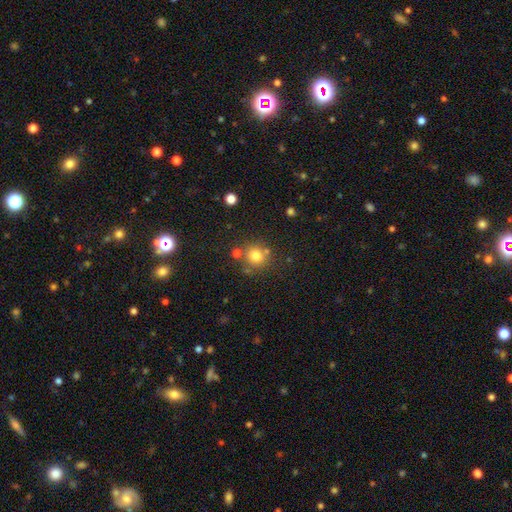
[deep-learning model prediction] smooth 78%, star or artifact 14%, featured or disk 8%. Down the decision tree: how rounded — round (91%); merging — none (73%).